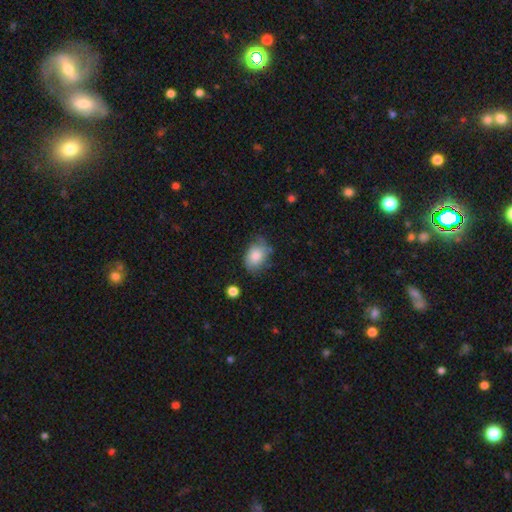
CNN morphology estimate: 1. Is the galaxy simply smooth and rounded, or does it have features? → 78% smooth, 14% featured or disk, 8% star or artifact.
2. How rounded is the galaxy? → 73% in between, 26% round, 1% cigar-shaped.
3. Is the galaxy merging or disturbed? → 59% none, 30% minor disturbance, 9% major disturbance, 2% merger.